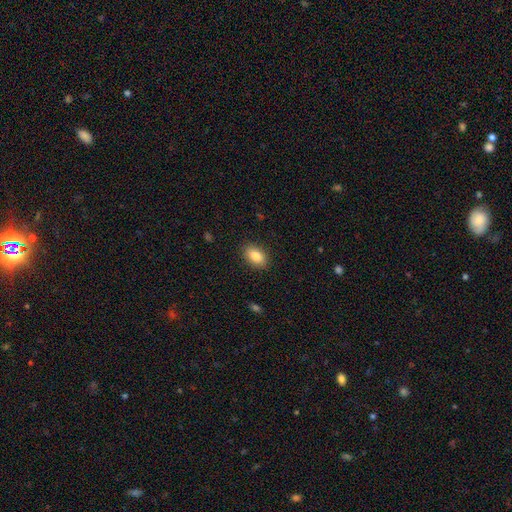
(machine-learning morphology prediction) smooth-or-featured: smooth: 87% | star or artifact: 7% | featured or disk: 6%
  how-rounded: in between: 90% | round: 9% | cigar-shaped: 2%
  merging: none: 88% | minor disturbance: 9% | major disturbance: 2% | merger: 1%